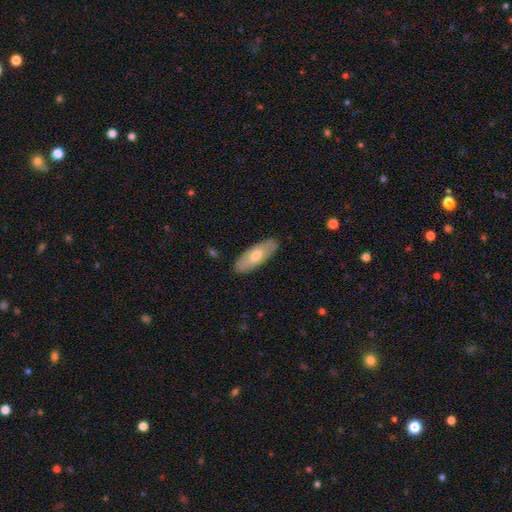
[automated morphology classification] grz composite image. It shows a smooth galaxy with no disk features (56%) that is in between round and cigar-shaped (79%). Merging: none (88%).